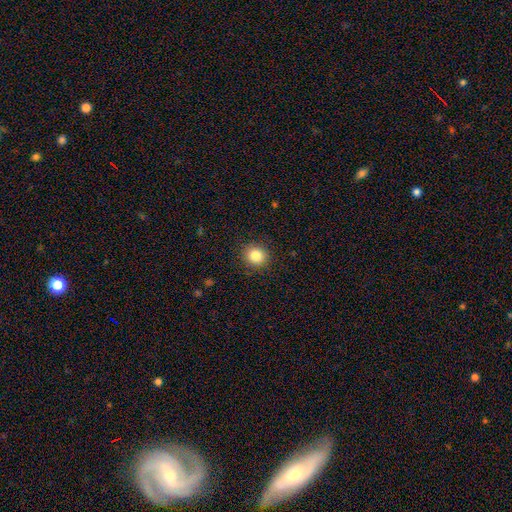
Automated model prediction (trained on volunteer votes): Smooth or featured?
  - smooth: 83% *
  - star or artifact: 11%
  - featured or disk: 6%
How rounded?
  - round: 84% *
  - in between: 15%
  - cigar-shaped: 1%
Merging?
  - none: 90% *
  - minor disturbance: 6%
  - major disturbance: 2%
  - merger: 1%